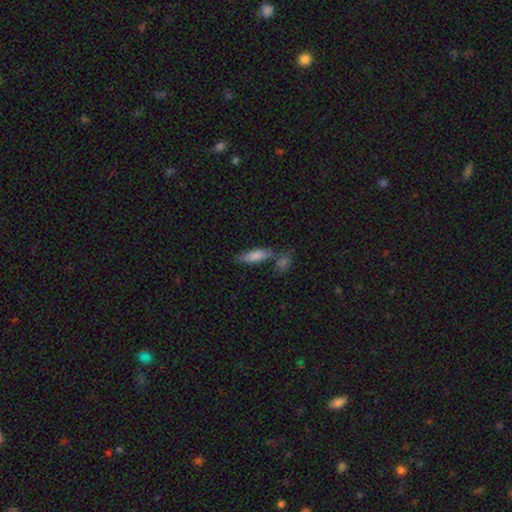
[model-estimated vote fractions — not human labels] A smooth galaxy with no disk features (81%) that is in between round and cigar-shaped (56%). Merging: none (57%).